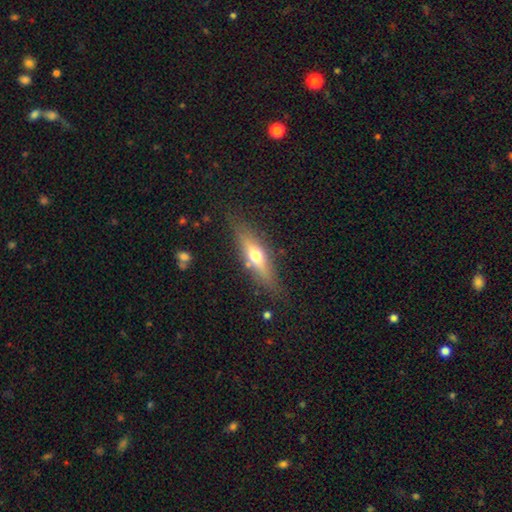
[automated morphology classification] Smooth or featured? Predicted: featured or disk (p=0.49). Merging? Predicted: none (p=0.82).